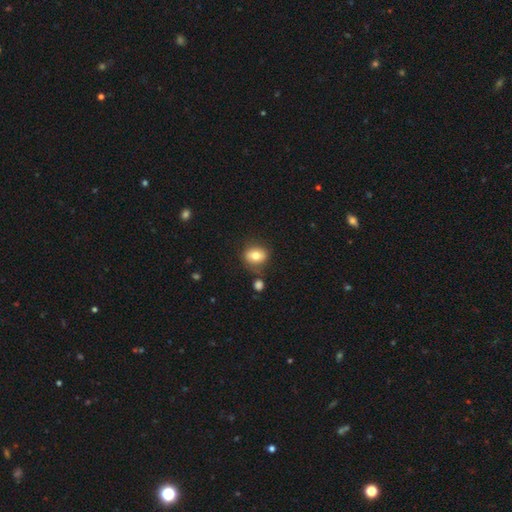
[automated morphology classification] This appears to be a smooth galaxy with no disk features (74%) that is round (66%). Merging: none (73%).